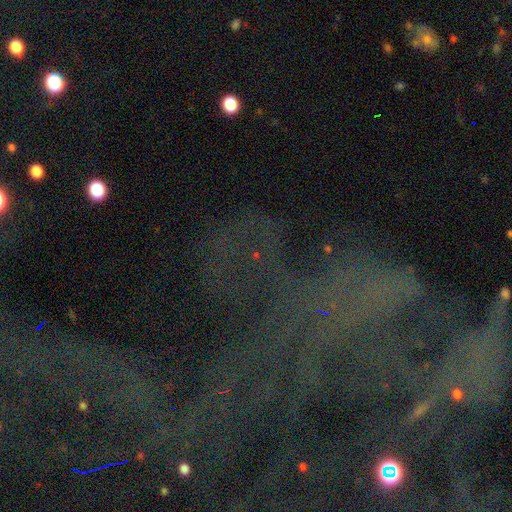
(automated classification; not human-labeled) smooth-or-featured: star or artifact: 71% | featured or disk: 16% | smooth: 13%